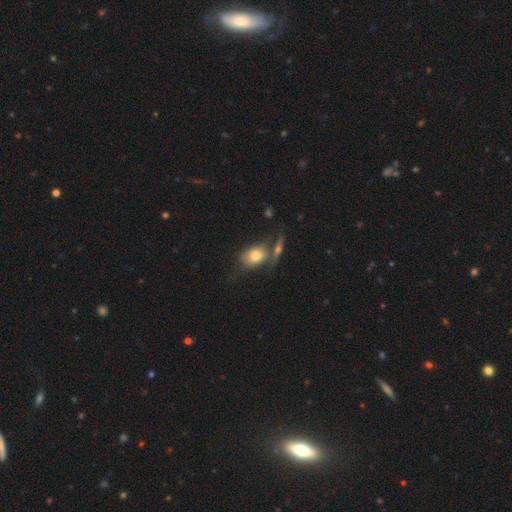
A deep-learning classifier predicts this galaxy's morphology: Smooth or featured?
  - smooth: 76% *
  - featured or disk: 17%
  - star or artifact: 8%
How rounded?
  - in between: 79% *
  - round: 18%
  - cigar-shaped: 2%
Merging?
  - none: 41% *
  - merger: 30%
  - minor disturbance: 19%
  - major disturbance: 11%